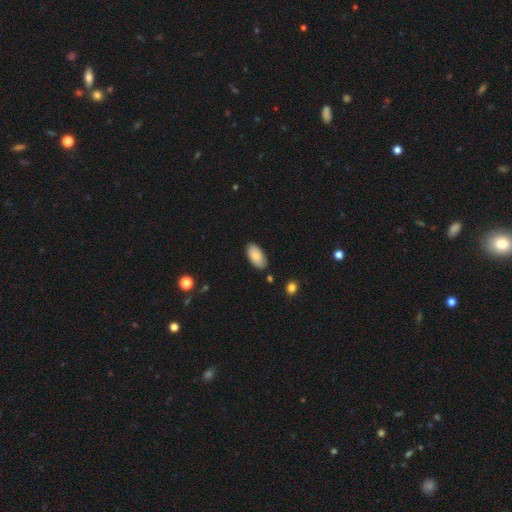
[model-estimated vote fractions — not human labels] Morphology: type=smooth (85%); roundness=in between (95%); merging=none (84%).